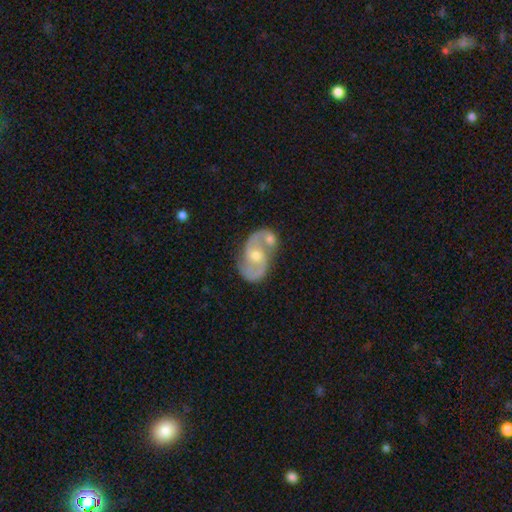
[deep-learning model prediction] featured or disk 83%, smooth 12%, star or artifact 5%. Down the decision tree: edge-on disk — no (97%); bar — no (52%); spiral arms — yes (92%); spiral arm count — 2 (90%); spiral winding — medium (52%); bulge size — moderate (57%); merging — none (47%).